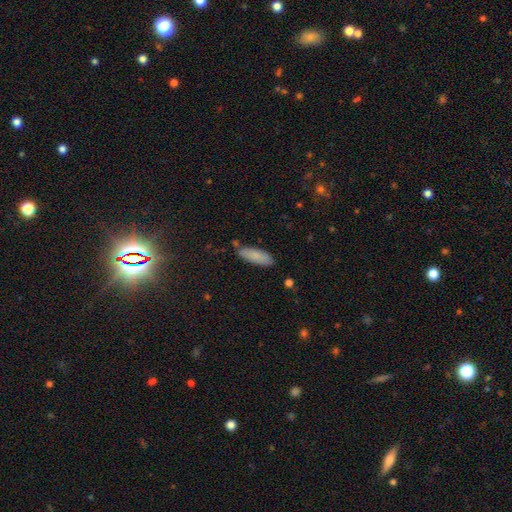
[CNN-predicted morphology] type=smooth (84%); roundness=in between (53%); merging=none (80%).